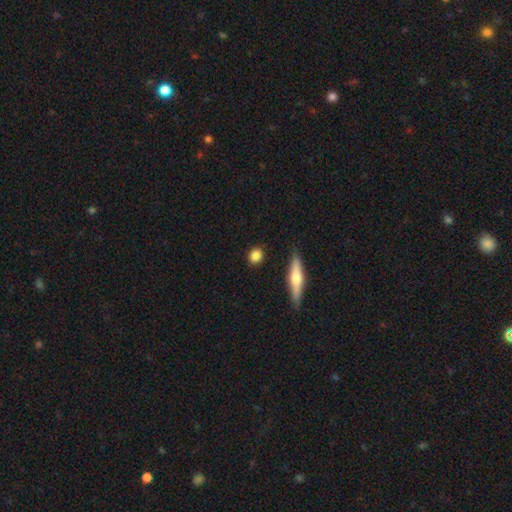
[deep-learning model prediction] smooth_or_featured: smooth (p=0.83) [alt: featured or disk p=0.10]
how_rounded: round (p=0.69) [alt: in between p=0.25]
merging: none (p=0.87) [alt: minor disturbance p=0.08]